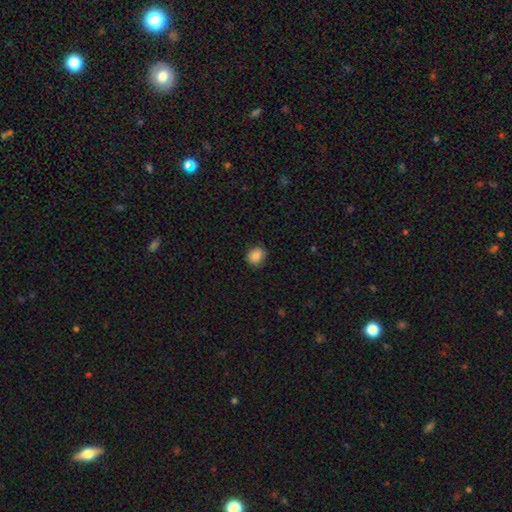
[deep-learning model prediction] A smooth galaxy with no disk features (86%) that is round (79%).

Vote fractions:
- Smooth or featured? smooth: 86% / star or artifact: 9% / featured or disk: 5%
- How rounded? round: 79% / in between: 20% / cigar-shaped: 1%
- Merging? none: 88% / minor disturbance: 9% / major disturbance: 2% / merger: 1%